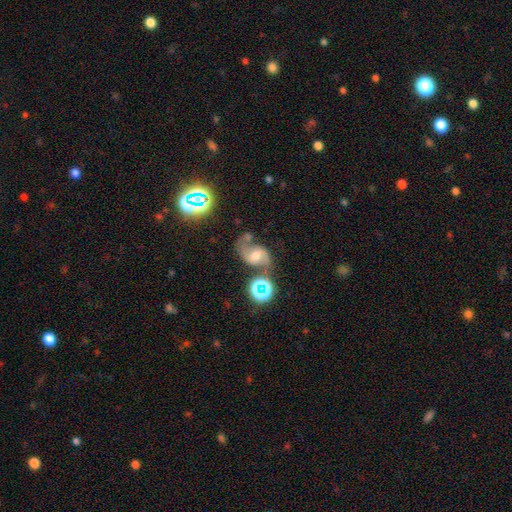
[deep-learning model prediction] The model was most divided on "bar": no: 44%, weak: 43%, strong: 13%. Remaining: edge-on disk — no (97%); spiral arms — yes (94%); spiral arm count — 2 (90%); smooth or featured — featured or disk (73%); merging — none (56%); bulge size — moderate (55%); spiral winding — medium (46%).